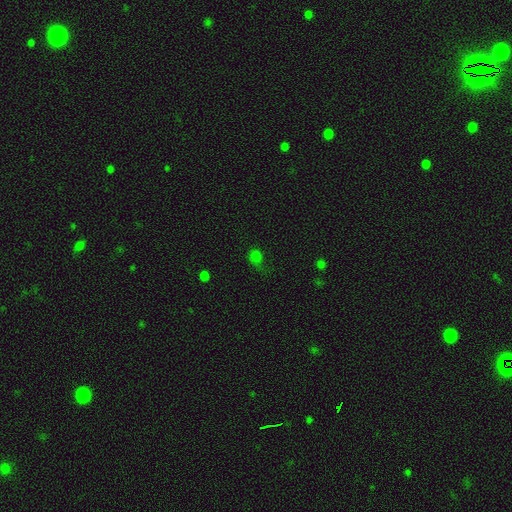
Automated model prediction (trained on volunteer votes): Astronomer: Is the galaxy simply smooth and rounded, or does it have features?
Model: smooth — 68%.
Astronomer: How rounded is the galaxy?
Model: round — 74%.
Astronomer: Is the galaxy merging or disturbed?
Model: none — 52%.